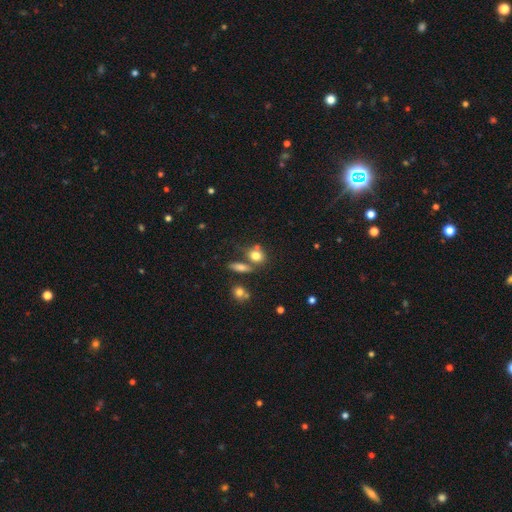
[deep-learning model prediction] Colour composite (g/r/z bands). It shows a smooth galaxy with no disk features (77%) that is round (54%). Merging: none (53%).